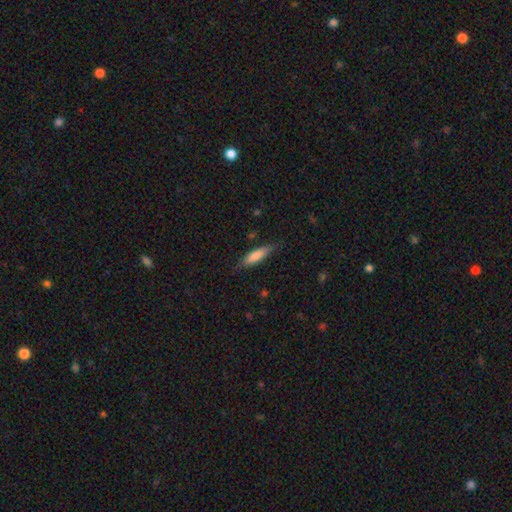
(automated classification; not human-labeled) Smooth or featured? smooth (74%)
How rounded? cigar-shaped (66%)
Merging? none (76%)